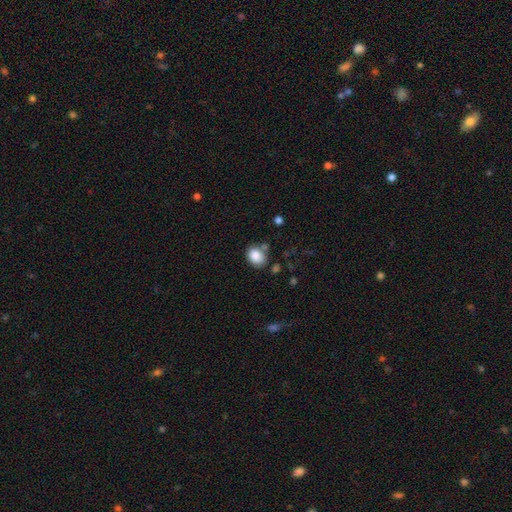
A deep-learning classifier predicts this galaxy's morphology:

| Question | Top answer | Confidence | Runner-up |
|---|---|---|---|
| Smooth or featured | smooth | 86% | star or artifact (9%) |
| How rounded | in between | 63% | round (36%) |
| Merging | none | 67% | minor disturbance (16%) |